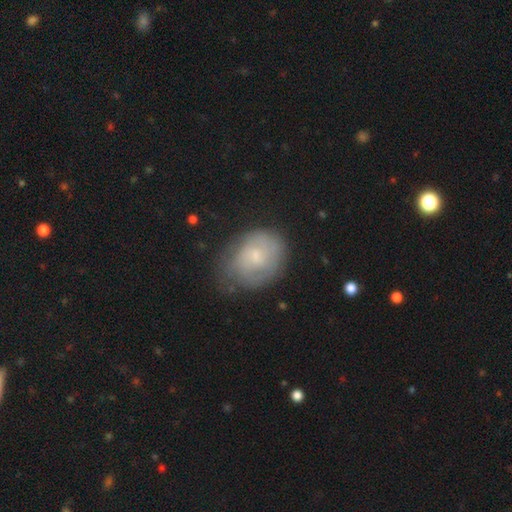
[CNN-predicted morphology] Overall: smooth (47%; featured or disk 44%). Merging: none (57%; minor disturbance 29%).